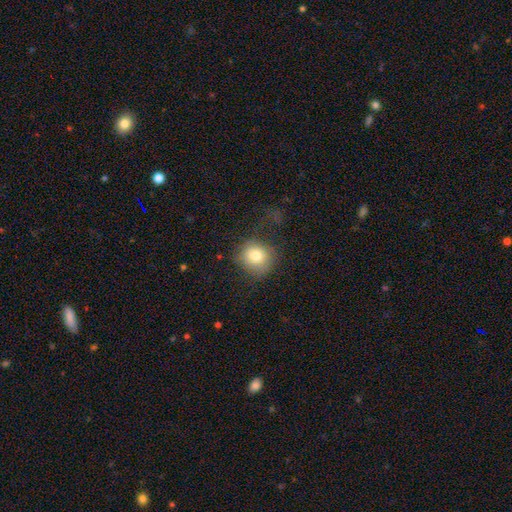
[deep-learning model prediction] smooth-or-featured: smooth: 78% | featured or disk: 11% | star or artifact: 11%
  how-rounded: round: 86% | in between: 13% | cigar-shaped: 1%
  merging: none: 62% | minor disturbance: 20% | major disturbance: 17% | merger: 2%